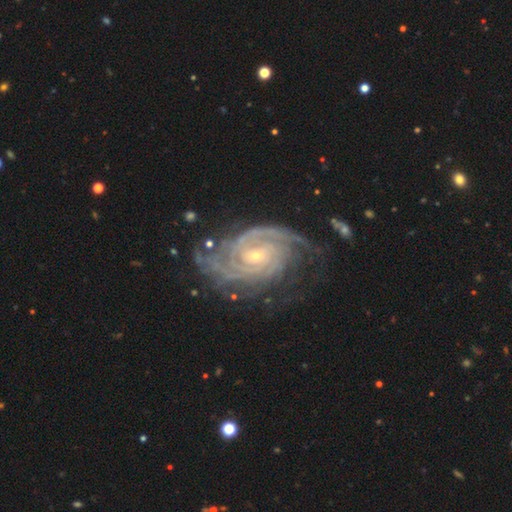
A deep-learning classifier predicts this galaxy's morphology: A featured or disk galaxy (91%) with no bar (52%), 2 (32%) tight (70%) spiral arms (98%) and a small central bulge (72%).

Vote fractions:
- Smooth or featured? featured or disk: 91% / star or artifact: 5% / smooth: 3%
- Edge-on disk? no: 97% / yes: 3%
- Bar? no: 52% / weak: 36% / strong: 12%
- Spiral arms? yes: 98% / no: 2%
- Spiral winding? tight: 70% / medium: 26% / loose: 4%
- Spiral arm count? 2: 32% / 3: 20% / can't tell: 20% / 4: 13% / more than 4: 8% / 1: 7%
- Bulge size? small: 72% / moderate: 24% / none: 1% / large: 1% / dominant: 1%
- Merging? none: 63% / minor disturbance: 22% / major disturbance: 12% / merger: 2%